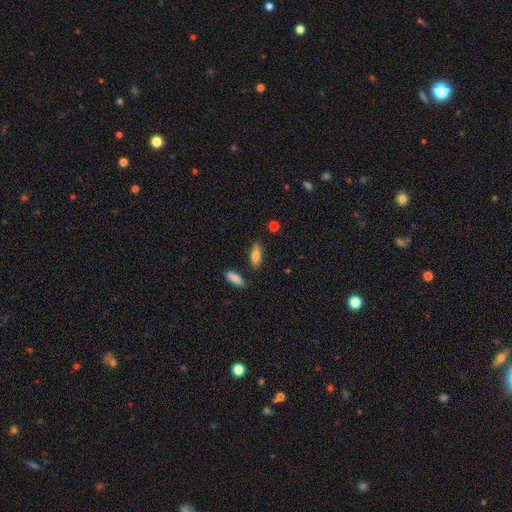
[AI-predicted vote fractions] Morphology: type=smooth (82%); roundness=in between (72%); merging=none (80%).